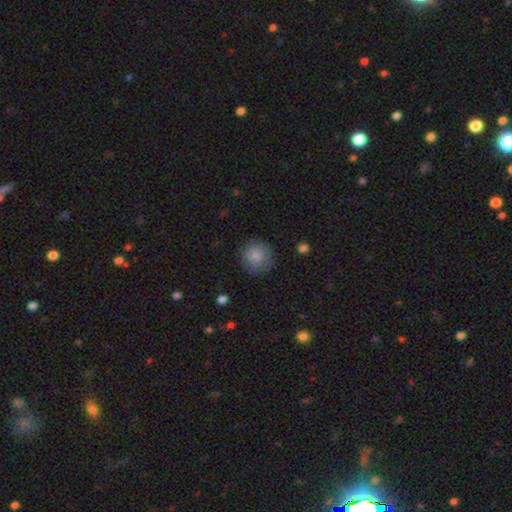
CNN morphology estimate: smooth_or_featured: smooth (p=0.86) [alt: star or artifact p=0.08]
how_rounded: round (p=0.93) [alt: in between p=0.06]
merging: none (p=0.82) [alt: minor disturbance p=0.13]